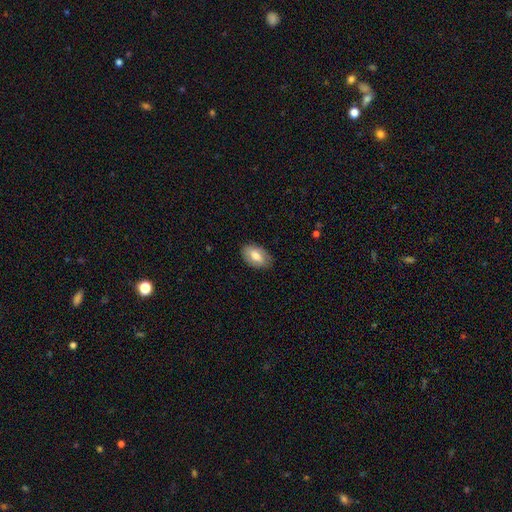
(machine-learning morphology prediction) Q: Smooth or featured?
A: smooth (71%); runner-up: featured or disk (22%)
Q: How rounded?
A: in between (92%); runner-up: round (6%)
Q: Merging?
A: none (84%); runner-up: minor disturbance (12%)